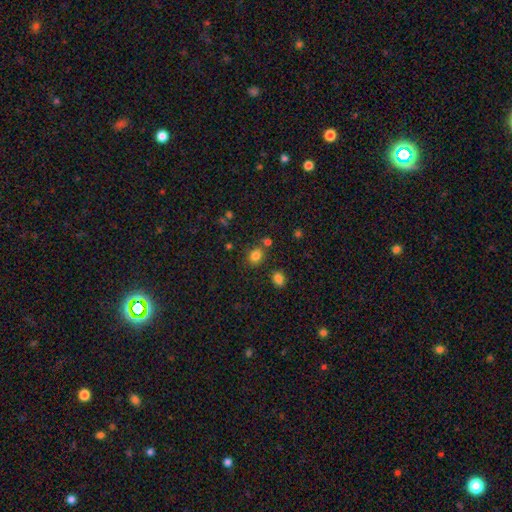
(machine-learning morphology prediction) Smooth or featured? smooth (81%)
How rounded? round (61%)
Merging? none (75%)